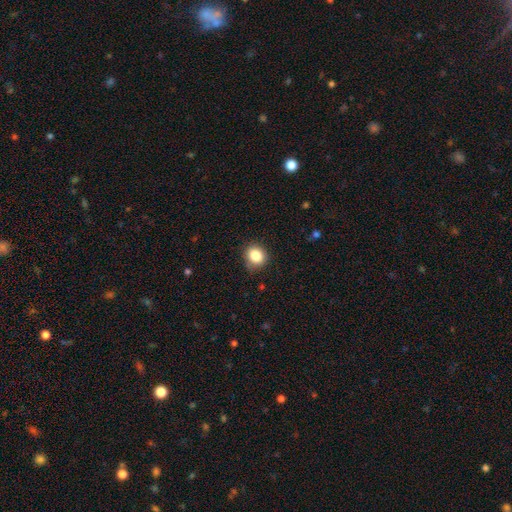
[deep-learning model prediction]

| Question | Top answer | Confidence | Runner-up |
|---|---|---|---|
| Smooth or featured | smooth | 85% | star or artifact (10%) |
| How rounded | round | 68% | in between (31%) |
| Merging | none | 82% | minor disturbance (14%) |